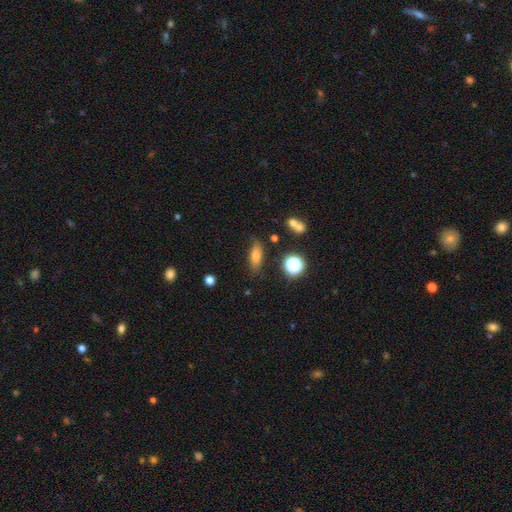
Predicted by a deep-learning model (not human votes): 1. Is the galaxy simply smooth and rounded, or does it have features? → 69% smooth, 18% featured or disk, 13% star or artifact.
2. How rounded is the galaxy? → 68% in between, 25% cigar-shaped, 8% round.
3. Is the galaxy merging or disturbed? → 71% none, 19% minor disturbance, 6% major disturbance, 4% merger.